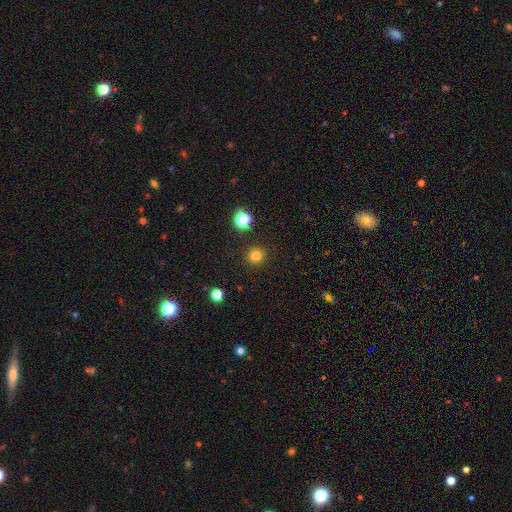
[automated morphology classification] The model was most divided on "smooth or featured": smooth: 81%, star or artifact: 14%, featured or disk: 5%. More confident: merging — none (91%); how rounded — round (90%).